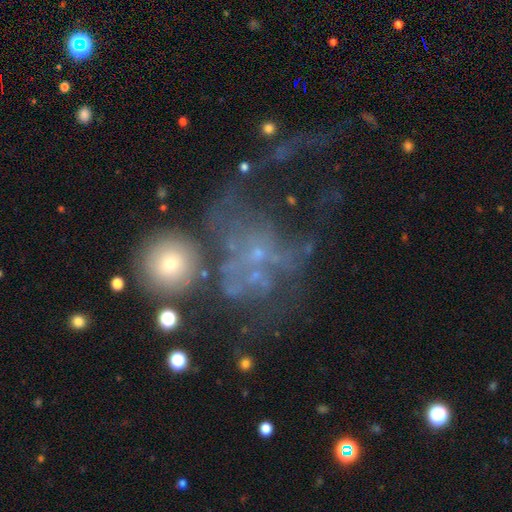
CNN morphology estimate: Smooth or featured?
  - featured or disk: 50% *
  - smooth: 26%
  - star or artifact: 24%
Merging?
  - major disturbance: 44% *
  - merger: 25%
  - none: 21%
  - minor disturbance: 10%